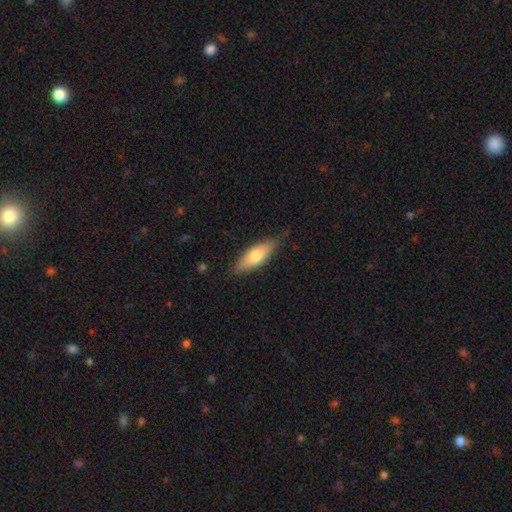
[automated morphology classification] A smooth galaxy with no disk features (69%) that is in between round and cigar-shaped (61%).

Vote fractions:
- Smooth or featured? smooth: 69% / featured or disk: 25% / star or artifact: 6%
- How rounded? in between: 61% / cigar-shaped: 37% / round: 2%
- Merging? none: 77% / minor disturbance: 18% / major disturbance: 3% / merger: 1%